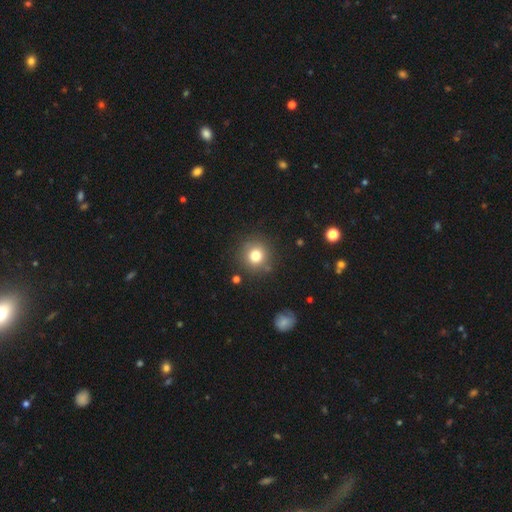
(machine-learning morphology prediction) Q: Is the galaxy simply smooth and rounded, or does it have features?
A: smooth — 78%.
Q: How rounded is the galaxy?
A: round — 92%.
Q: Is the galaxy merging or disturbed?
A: none — 84%.